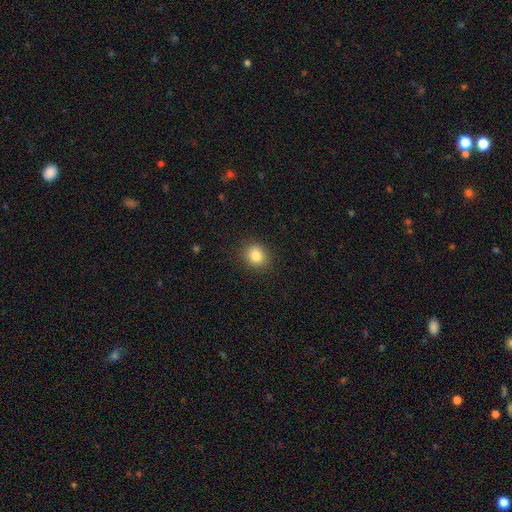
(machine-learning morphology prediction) Smooth or featured?
  - smooth: 83% *
  - star or artifact: 11%
  - featured or disk: 6%
How rounded?
  - round: 69% *
  - in between: 30%
  - cigar-shaped: 1%
Merging?
  - none: 89% *
  - minor disturbance: 8%
  - major disturbance: 2%
  - merger: 1%